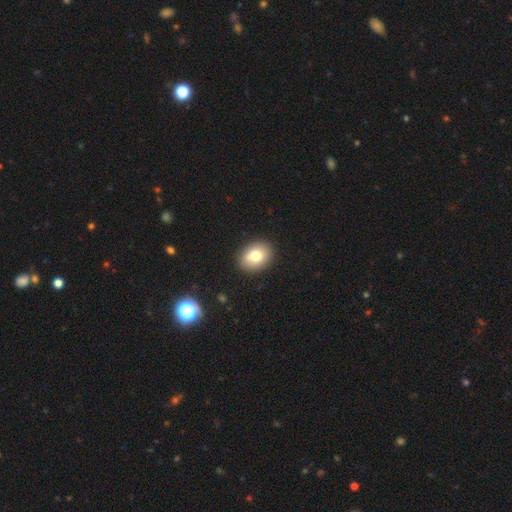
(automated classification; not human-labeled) Smooth or featured: smooth — 76% (featured or disk — 15%)
How rounded: in between — 64% (round — 35%)
Merging: none — 86% (minor disturbance — 10%)